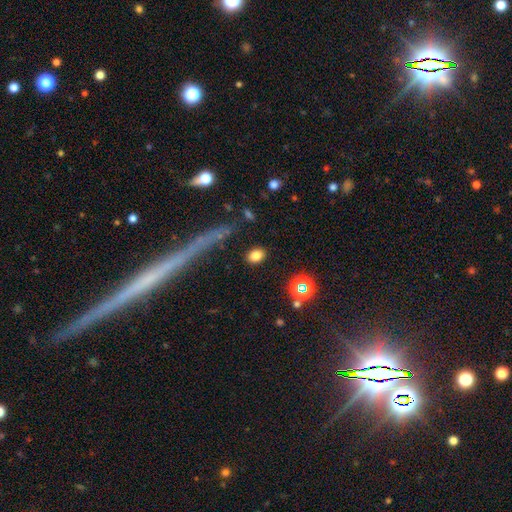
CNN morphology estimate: Smooth or featured: smooth — 80% (star or artifact — 12%)
How rounded: in between — 67% (round — 31%)
Merging: none — 87% (minor disturbance — 8%)